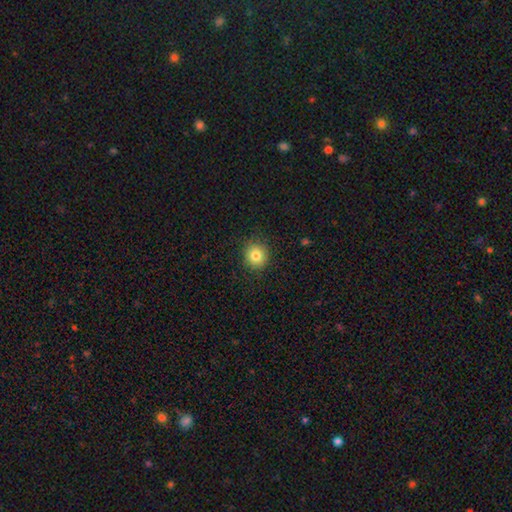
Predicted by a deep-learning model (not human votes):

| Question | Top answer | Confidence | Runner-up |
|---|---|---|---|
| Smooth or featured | smooth | 81% | star or artifact (11%) |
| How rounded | round | 90% | in between (9%) |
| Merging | none | 89% | minor disturbance (8%) |